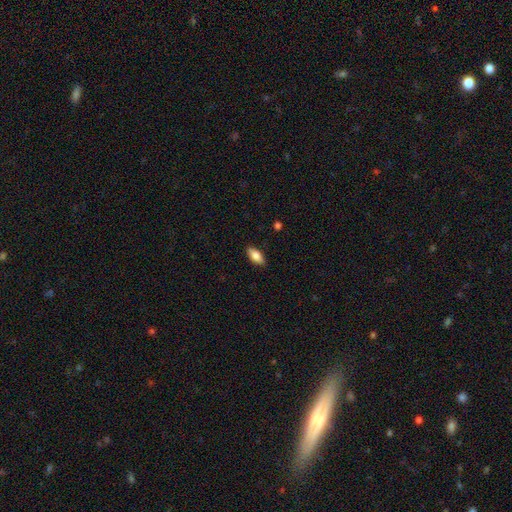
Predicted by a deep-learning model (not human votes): Smooth or featured? smooth (81%)
How rounded? in between (88%)
Merging? none (89%)